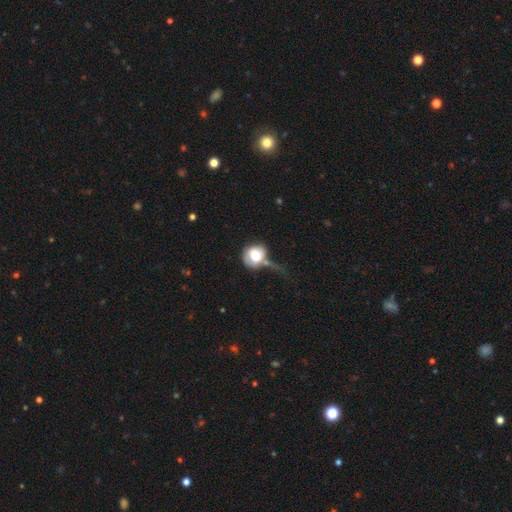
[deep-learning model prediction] A smooth galaxy with no disk features (69%) that is round (78%). Merging: major disturbance (36%).